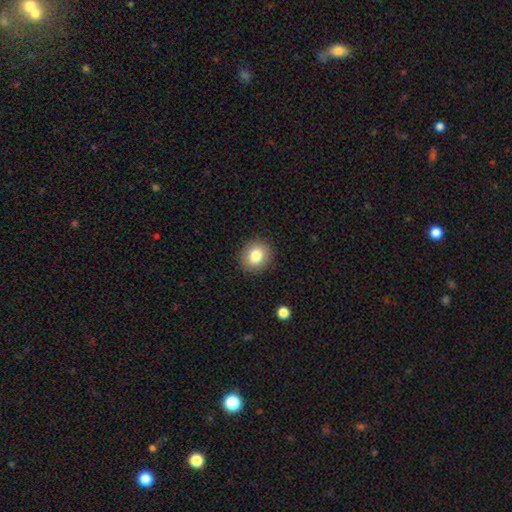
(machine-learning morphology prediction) smooth_or_featured: smooth (p=0.82) [alt: star or artifact p=0.10]
how_rounded: round (p=0.70) [alt: in between p=0.29]
merging: none (p=0.89) [alt: minor disturbance p=0.07]